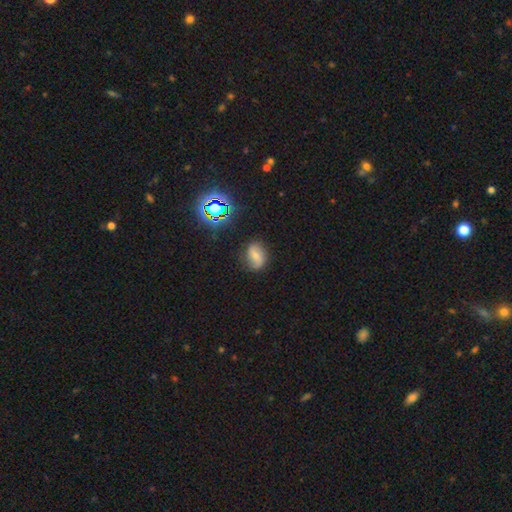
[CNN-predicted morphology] A smooth galaxy with no disk features (47%).

Vote fractions:
- Smooth or featured? smooth: 47% / featured or disk: 38% / star or artifact: 15%
- Merging? none: 72% / minor disturbance: 20% / major disturbance: 6% / merger: 2%